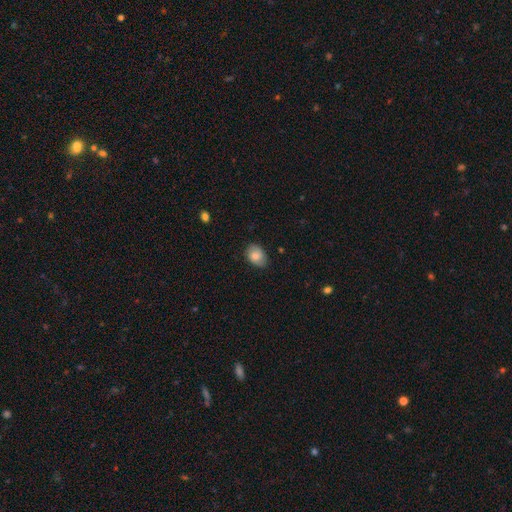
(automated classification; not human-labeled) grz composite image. It shows a smooth galaxy with no disk features (80%) that is in between round and cigar-shaped (78%). Merging: none (78%).